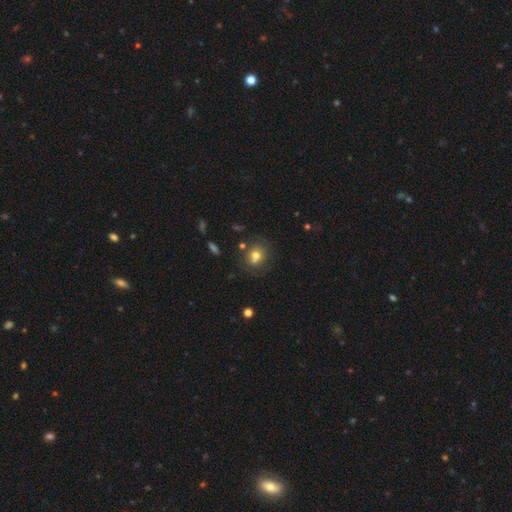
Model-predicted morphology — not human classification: Smooth or featured? smooth (68%)
How rounded? round (73%)
Merging? none (61%)